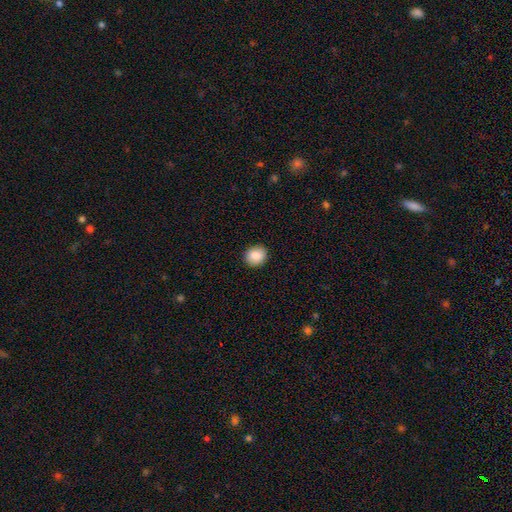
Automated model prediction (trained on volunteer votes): Smooth or featured? smooth (87%)
How rounded? round (74%)
Merging? none (90%)